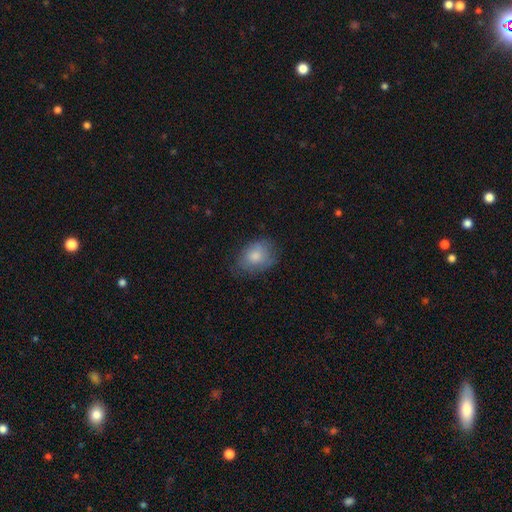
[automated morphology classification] smooth_or_featured: smooth (p=0.78) [alt: featured or disk p=0.14]
how_rounded: in between (p=0.65) [alt: round p=0.34]
merging: none (p=0.66) [alt: minor disturbance p=0.25]